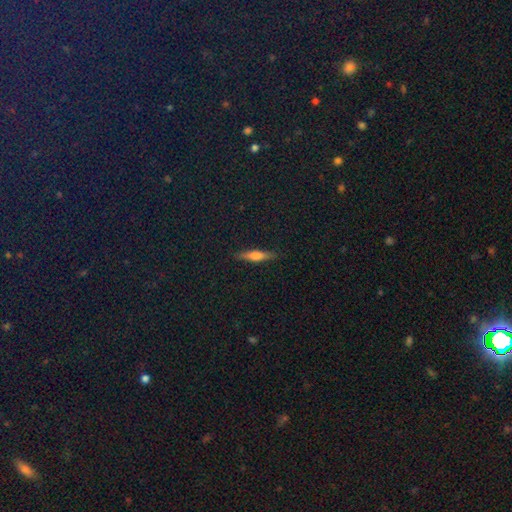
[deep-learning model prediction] A smooth galaxy with no disk features (51%) that is cigar-shaped (79%).

Vote fractions:
- Smooth or featured? smooth: 51% / featured or disk: 41% / star or artifact: 8%
- How rounded? cigar-shaped: 79% / in between: 18% / round: 3%
- Merging? none: 87% / minor disturbance: 10% / major disturbance: 2% / merger: 1%